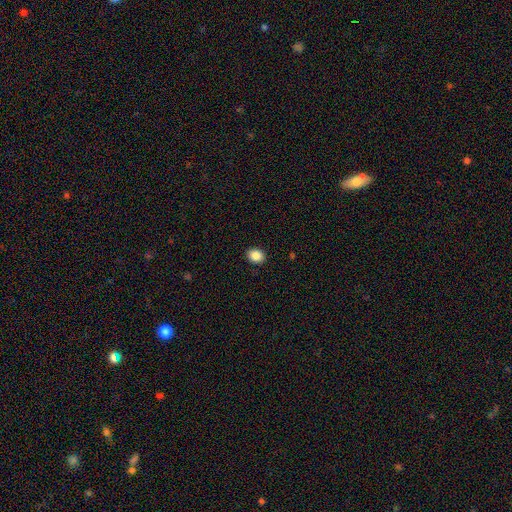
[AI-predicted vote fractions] Smooth or featured? smooth (87%)
How rounded? in between (50%)
Merging? none (91%)